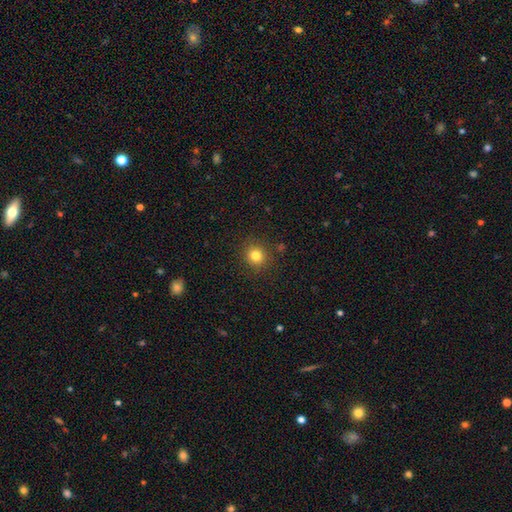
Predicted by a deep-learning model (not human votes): Q: Smooth or featured?
A: smooth (81%); runner-up: star or artifact (13%)
Q: How rounded?
A: round (90%); runner-up: in between (9%)
Q: Merging?
A: none (89%); runner-up: minor disturbance (7%)